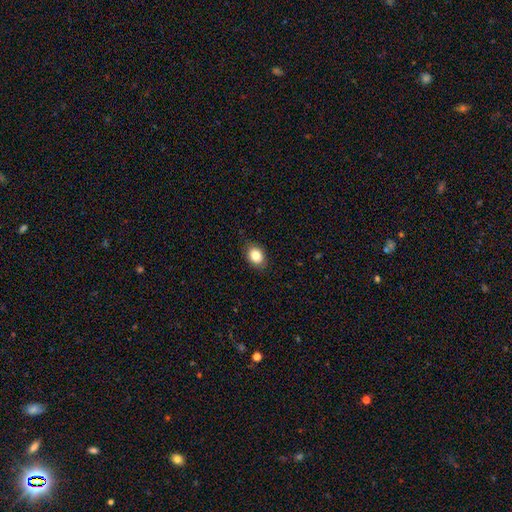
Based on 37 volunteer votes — A smooth galaxy with no disk features (84%) that is in between round and cigar-shaped (71%).

Vote fractions:
- Smooth or featured? smooth: 84% / featured or disk: 8% / star or artifact: 8%
- How rounded? in between: 71% / round: 29% / cigar-shaped: 0%
- Merging? none: 76% / minor disturbance: 24% / major disturbance: 0% / merger: 0%